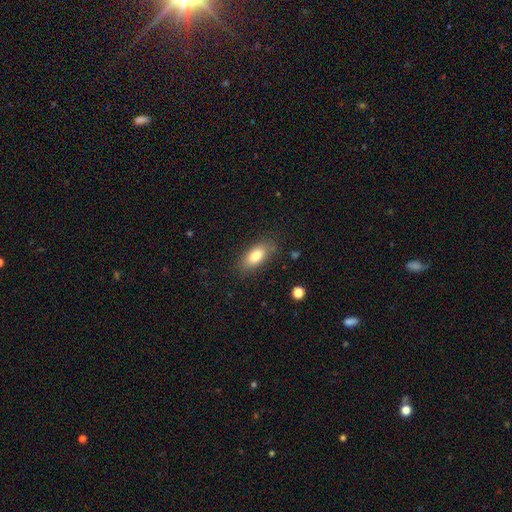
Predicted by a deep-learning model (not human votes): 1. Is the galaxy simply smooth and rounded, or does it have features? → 82% smooth, 11% featured or disk, 7% star or artifact.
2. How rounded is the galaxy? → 86% in between, 10% cigar-shaped, 4% round.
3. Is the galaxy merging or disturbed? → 81% none, 13% minor disturbance, 4% major disturbance, 1% merger.